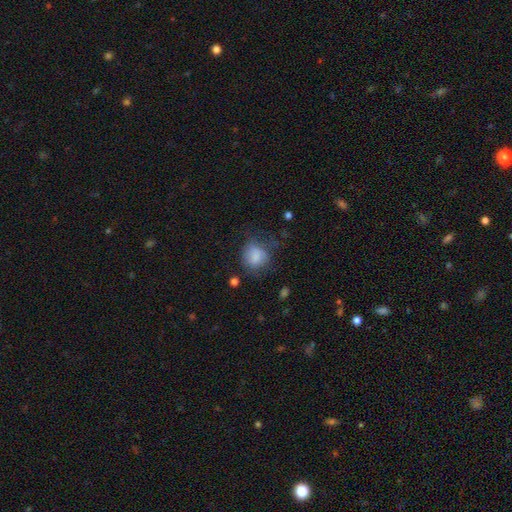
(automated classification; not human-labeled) smooth_or_featured: smooth (p=0.76) [alt: featured or disk p=0.13]
how_rounded: round (p=0.63) [alt: in between p=0.36]
merging: none (p=0.48) [alt: minor disturbance p=0.28]